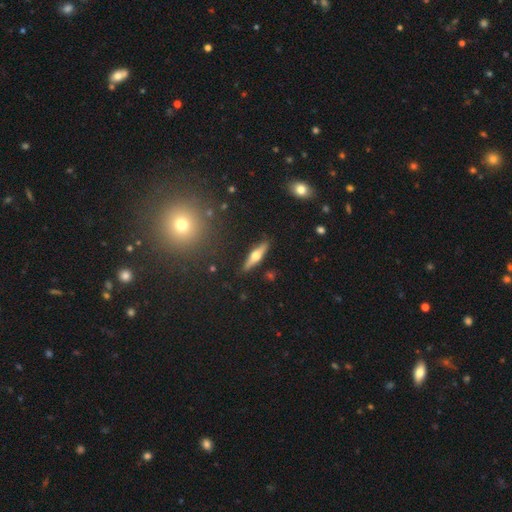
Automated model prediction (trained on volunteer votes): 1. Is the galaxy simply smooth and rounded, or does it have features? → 59% featured or disk, 34% smooth, 6% star or artifact.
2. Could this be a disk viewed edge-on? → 95% yes, 5% no.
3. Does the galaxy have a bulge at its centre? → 94% rounded, 4% boxy, 2% none.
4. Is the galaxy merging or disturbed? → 89% none, 8% minor disturbance, 2% major disturbance, 2% merger.